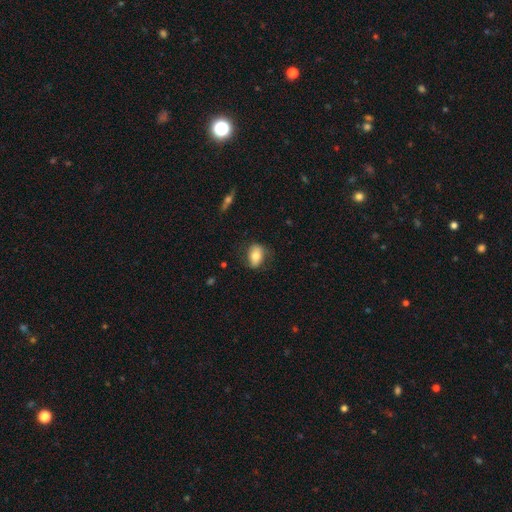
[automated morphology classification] This appears to be a smooth galaxy with no disk features (73%) that is in between round and cigar-shaped (83%). Merging: none (72%).